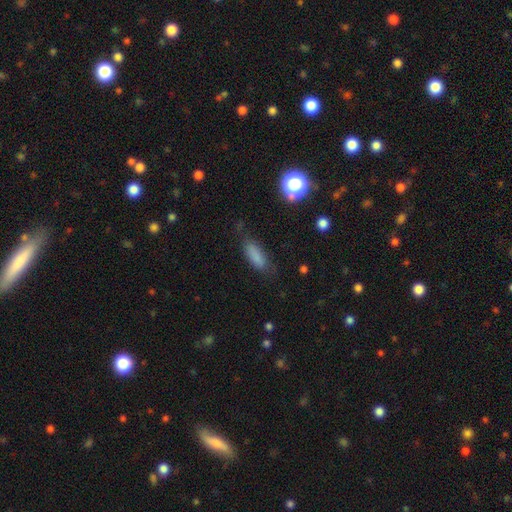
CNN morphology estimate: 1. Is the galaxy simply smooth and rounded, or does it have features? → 81% smooth, 10% star or artifact, 9% featured or disk.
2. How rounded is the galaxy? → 69% in between, 28% cigar-shaped, 3% round.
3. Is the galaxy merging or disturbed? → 69% none, 21% minor disturbance, 7% major disturbance, 2% merger.